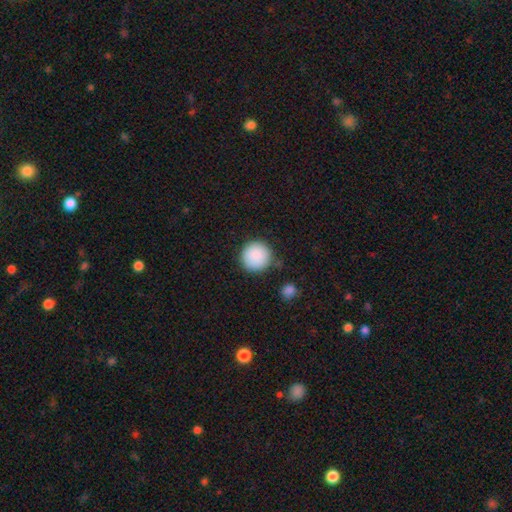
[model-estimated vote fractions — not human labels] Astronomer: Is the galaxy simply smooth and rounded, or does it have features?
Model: smooth — 89%.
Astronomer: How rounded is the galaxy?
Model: round — 95%.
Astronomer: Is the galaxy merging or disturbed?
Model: none — 84%.